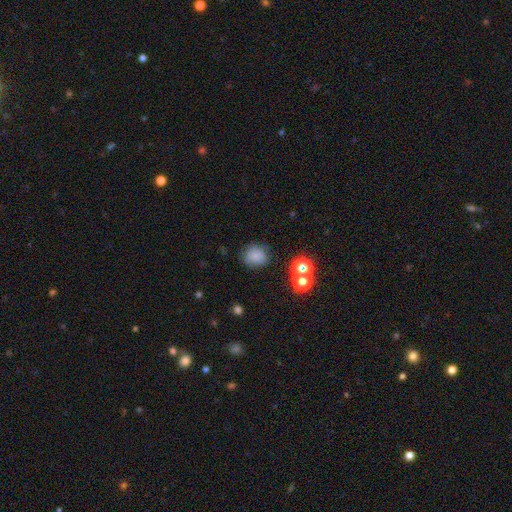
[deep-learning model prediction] This appears to be a smooth galaxy with no disk features (78%) that is round (80%). Merging: none (76%).